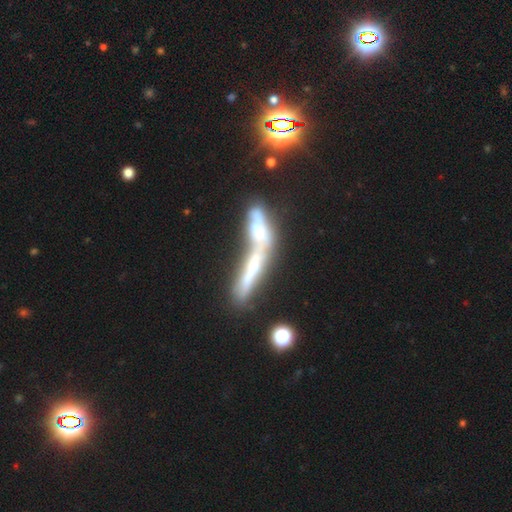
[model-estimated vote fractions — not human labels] smooth_or_featured: featured or disk (p=0.56) [alt: smooth p=0.27]
disk_edge_on: yes (p=0.61) [alt: no p=0.39]
merging: merger (p=0.57) [alt: none p=0.21]